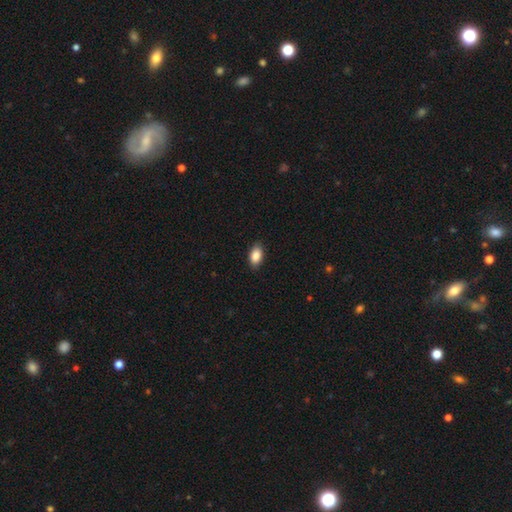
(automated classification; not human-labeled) Overall: smooth (88%). How rounded: in between (92%). Merging: none (88%).